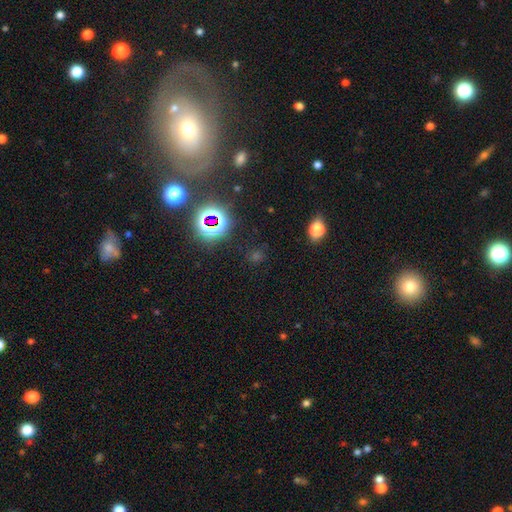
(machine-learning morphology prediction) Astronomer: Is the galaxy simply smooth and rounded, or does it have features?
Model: star or artifact — 62%.